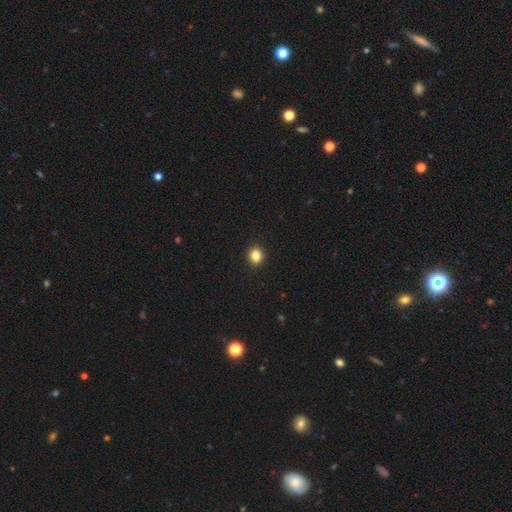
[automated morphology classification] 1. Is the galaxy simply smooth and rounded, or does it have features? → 84% smooth, 11% star or artifact, 5% featured or disk.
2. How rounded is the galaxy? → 78% round, 21% in between, 1% cigar-shaped.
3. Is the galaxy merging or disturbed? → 93% none, 5% minor disturbance, 1% major disturbance, 1% merger.